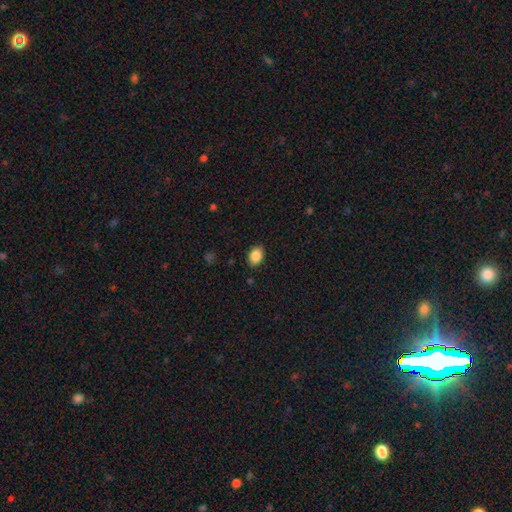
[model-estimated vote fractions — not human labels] Smooth or featured? smooth (87%)
How rounded? in between (77%)
Merging? none (87%)